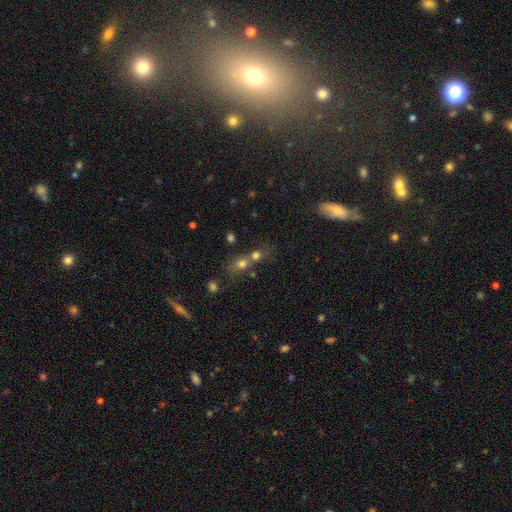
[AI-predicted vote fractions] Smooth or featured? smooth (68%)
How rounded? round (71%)
Merging? merger (59%)